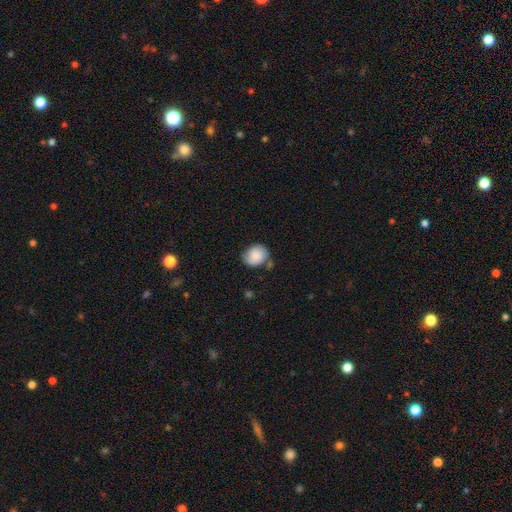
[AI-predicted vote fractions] Q: Smooth or featured?
A: smooth (83%); runner-up: featured or disk (10%)
Q: How rounded?
A: round (64%); runner-up: in between (35%)
Q: Merging?
A: none (67%); runner-up: minor disturbance (22%)